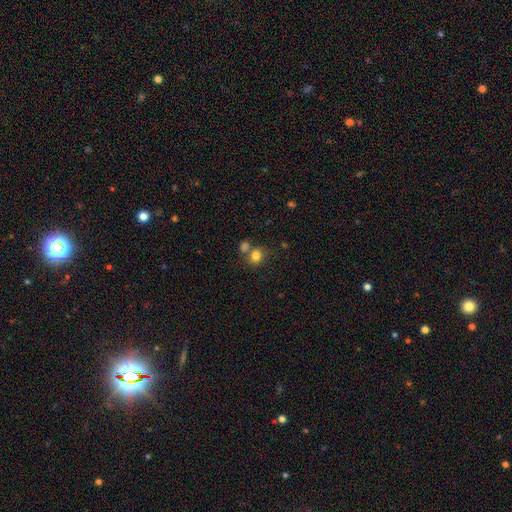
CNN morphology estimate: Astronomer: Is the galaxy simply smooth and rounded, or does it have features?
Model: smooth — 80%.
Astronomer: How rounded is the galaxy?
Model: round — 68%.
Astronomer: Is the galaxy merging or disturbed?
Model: none — 57%.